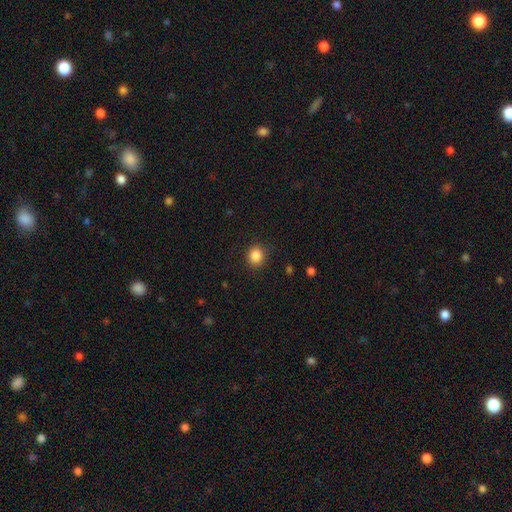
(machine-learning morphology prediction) A smooth galaxy with no disk features (86%) that is round (81%).

Vote fractions:
- Smooth or featured? smooth: 86% / star or artifact: 10% / featured or disk: 4%
- How rounded? round: 81% / in between: 18% / cigar-shaped: 1%
- Merging? none: 88% / minor disturbance: 8% / major disturbance: 3% / merger: 1%